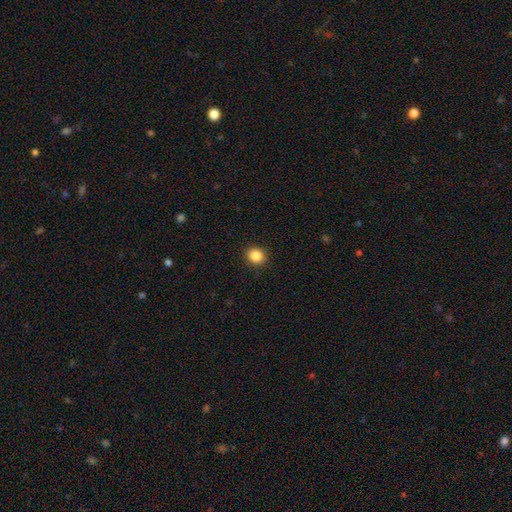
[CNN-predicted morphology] Smooth or featured? Predicted: smooth (p=0.87). How rounded? Predicted: round (p=0.81). Merging? Predicted: none (p=0.91).